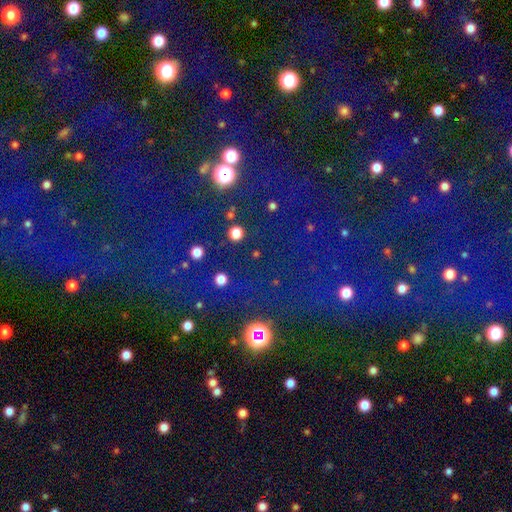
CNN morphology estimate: Smooth or featured?
  - star or artifact: 74% *
  - smooth: 17%
  - featured or disk: 9%